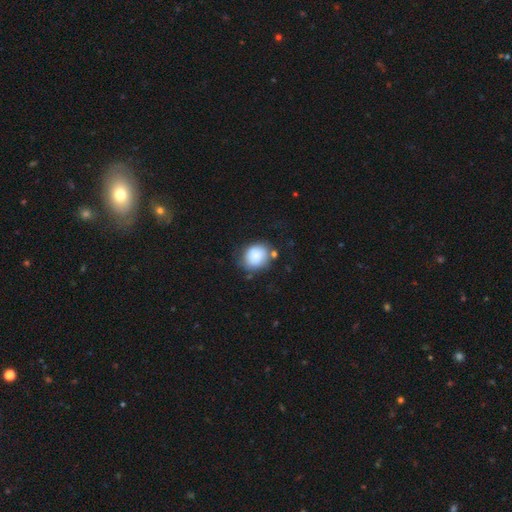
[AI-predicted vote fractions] A smooth galaxy with no disk features (84%) that is round (64%).

Vote fractions:
- Smooth or featured? smooth: 84% / featured or disk: 9% / star or artifact: 7%
- How rounded? round: 64% / in between: 35% / cigar-shaped: 1%
- Merging? none: 62% / minor disturbance: 21% / merger: 9% / major disturbance: 8%